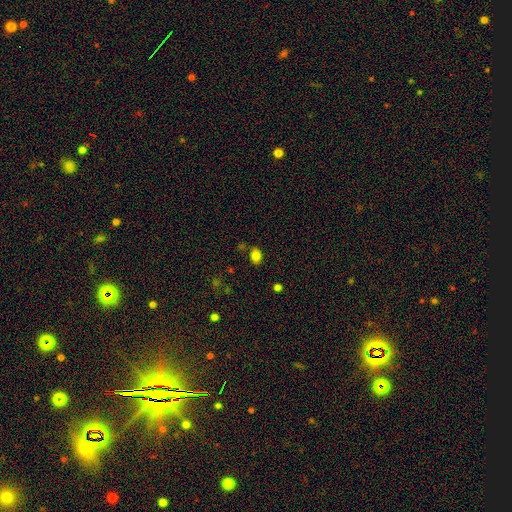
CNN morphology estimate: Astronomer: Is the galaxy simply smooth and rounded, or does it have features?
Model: smooth — 82%.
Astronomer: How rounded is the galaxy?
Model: in between — 70%.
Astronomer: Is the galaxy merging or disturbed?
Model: none — 76%.